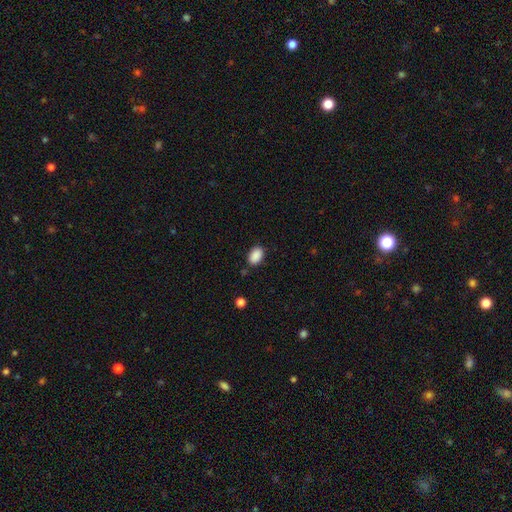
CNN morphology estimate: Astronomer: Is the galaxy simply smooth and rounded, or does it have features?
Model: smooth — 89%.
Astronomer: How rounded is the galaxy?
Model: in between — 86%.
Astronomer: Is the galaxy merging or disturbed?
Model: none — 83%.